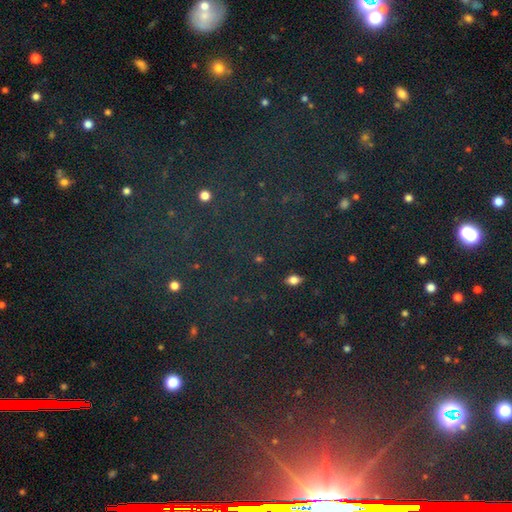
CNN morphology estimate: Smooth or featured: star or artifact — 78% (smooth — 13%)